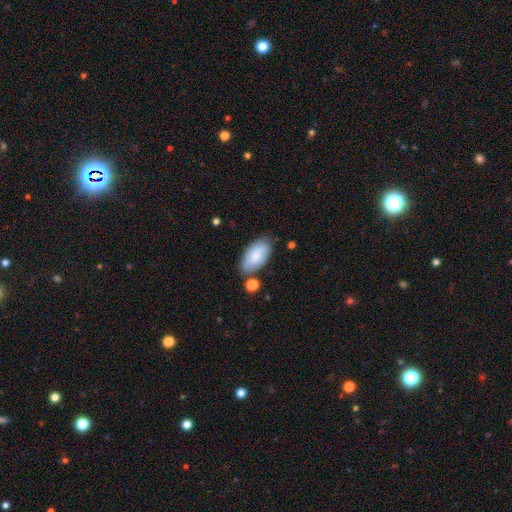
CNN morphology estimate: The model was most divided on "merging": none: 70%, minor disturbance: 19%, merger: 7%, major disturbance: 4%. More confident: how rounded — in between (94%); smooth or featured — smooth (80%).